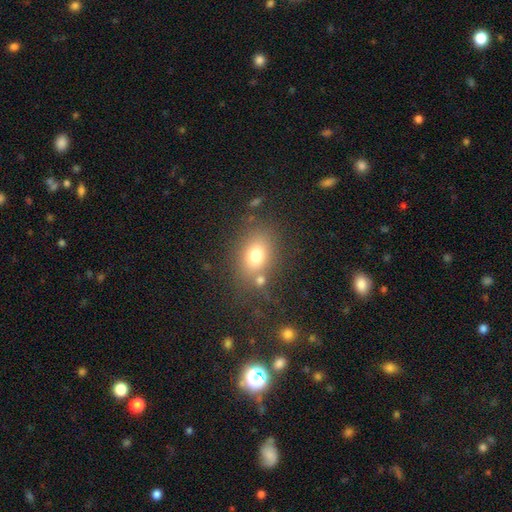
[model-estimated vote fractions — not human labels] This appears to be a smooth galaxy with no disk features (75%) that is in between round and cigar-shaped (68%). Merging: none (69%).